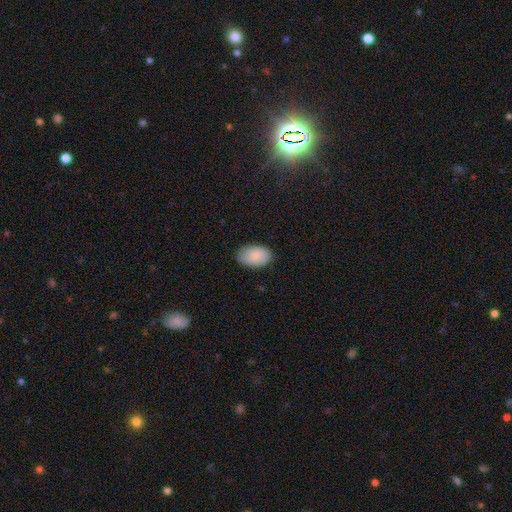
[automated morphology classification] smooth 81%, featured or disk 12%, star or artifact 7%. Down the decision tree: how rounded — in between (90%); merging — none (81%).